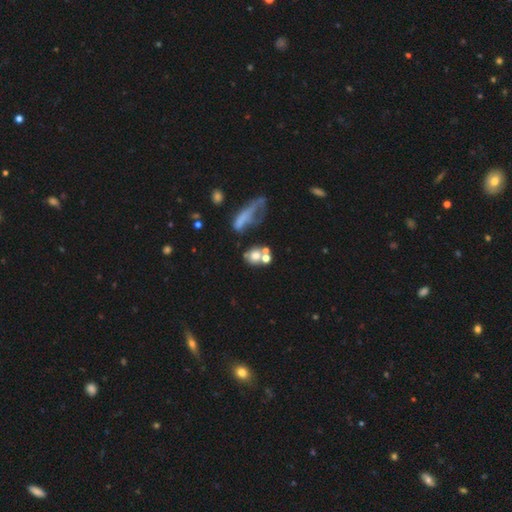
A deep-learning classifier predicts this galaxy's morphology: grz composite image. It shows a smooth galaxy with no disk features (62%) that is round (68%). Merging: merger (37%, tied with none).